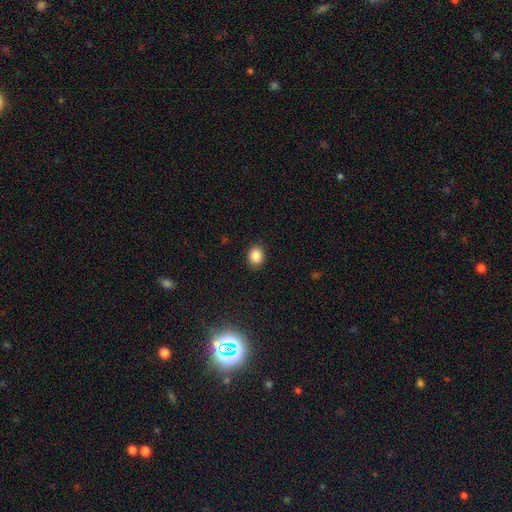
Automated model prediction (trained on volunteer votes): Smooth or featured? Predicted: smooth (p=0.85). How rounded? Predicted: round (p=0.55). Merging? Predicted: none (p=0.89).